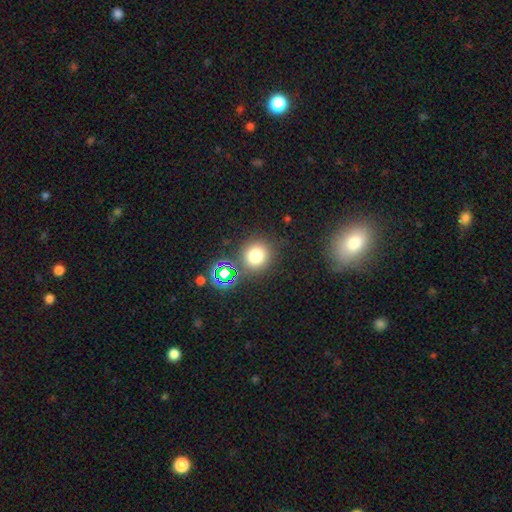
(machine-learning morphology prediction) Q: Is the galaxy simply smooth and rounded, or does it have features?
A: smooth — 74%.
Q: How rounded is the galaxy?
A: round — 89%.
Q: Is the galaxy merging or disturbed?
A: none — 80%.